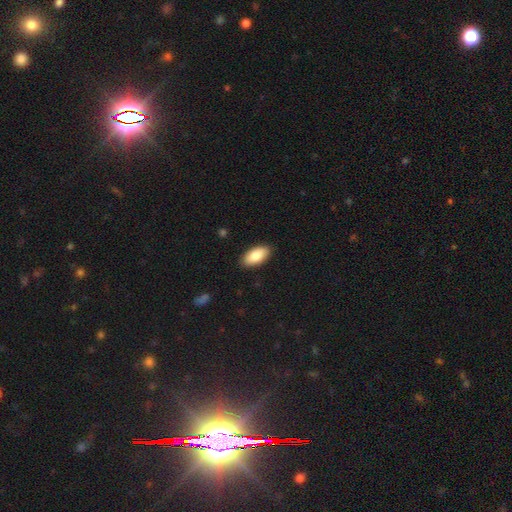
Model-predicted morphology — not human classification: Q: Smooth or featured?
A: smooth (84%); runner-up: featured or disk (10%)
Q: How rounded?
A: in between (93%); runner-up: cigar-shaped (5%)
Q: Merging?
A: none (89%); runner-up: minor disturbance (8%)